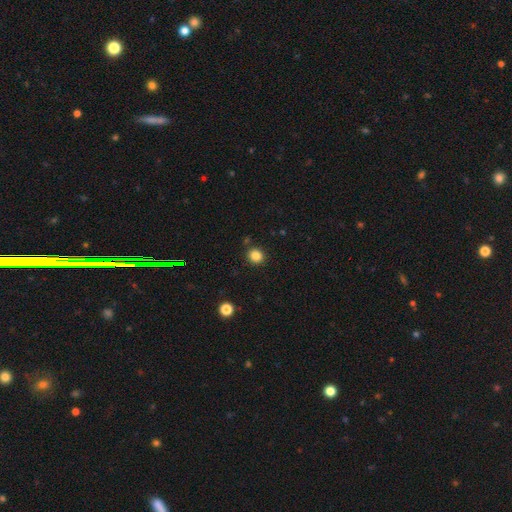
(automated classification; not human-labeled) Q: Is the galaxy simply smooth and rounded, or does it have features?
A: smooth — 85%.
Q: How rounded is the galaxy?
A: round — 88%.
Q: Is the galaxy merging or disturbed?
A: none — 89%.